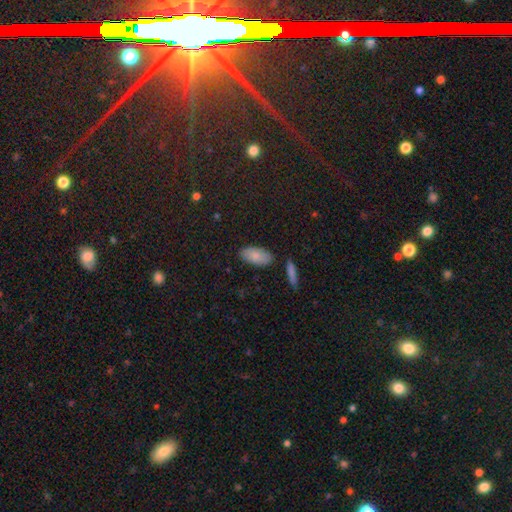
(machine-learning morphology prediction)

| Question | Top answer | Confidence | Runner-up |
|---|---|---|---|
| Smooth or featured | smooth | 84% | featured or disk (9%) |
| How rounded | in between | 92% | cigar-shaped (5%) |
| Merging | none | 83% | minor disturbance (11%) |